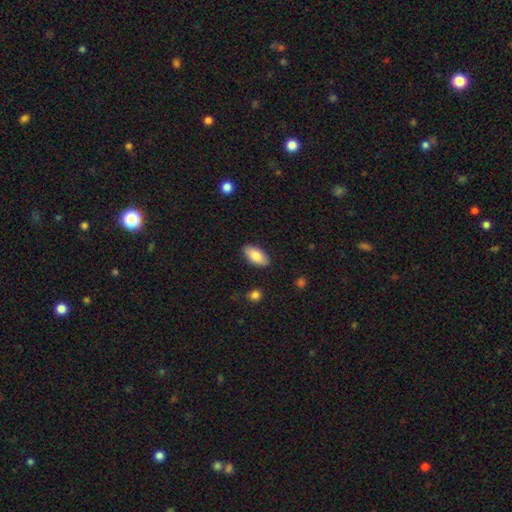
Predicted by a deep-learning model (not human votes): smooth 85%, featured or disk 9%, star or artifact 6%. Down the decision tree: how rounded — in between (91%); merging — none (87%).